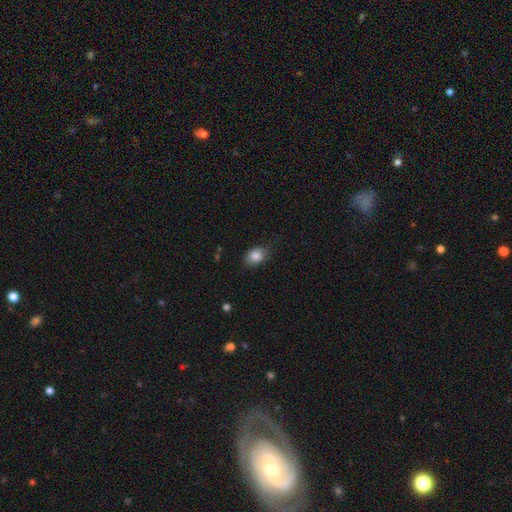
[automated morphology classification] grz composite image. It shows a smooth galaxy with no disk features (85%) that is in between round and cigar-shaped (76%). Merging: none (75%).